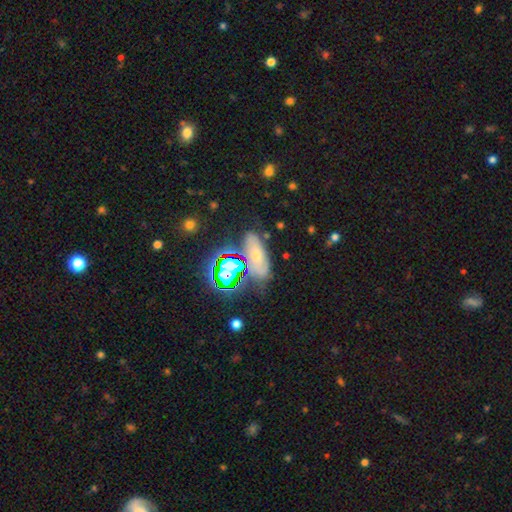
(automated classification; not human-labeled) Smooth or featured? Predicted: star or artifact (p=0.39).